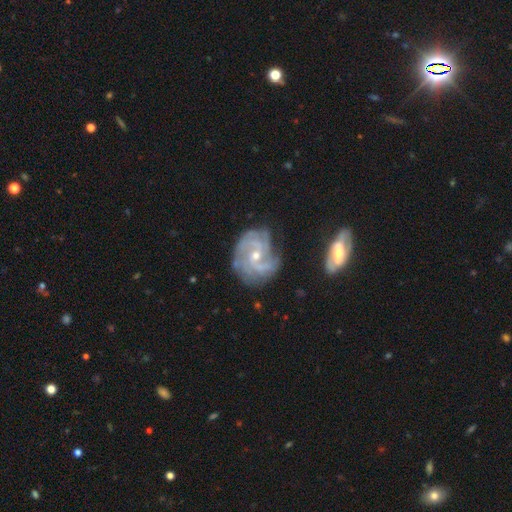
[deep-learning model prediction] Smooth or featured: featured or disk — 87% (star or artifact — 7%)
Edge-on disk: no — 97% (yes — 3%)
Bar: no — 52% (weak — 37%)
Spiral arms: yes — 96% (no — 4%)
Spiral winding: tight — 52% (medium — 38%)
Spiral arm count: 3 — 33% (2 — 22%)
Bulge size: small — 52% (moderate — 45%)
Merging: none — 68% (minor disturbance — 20%)